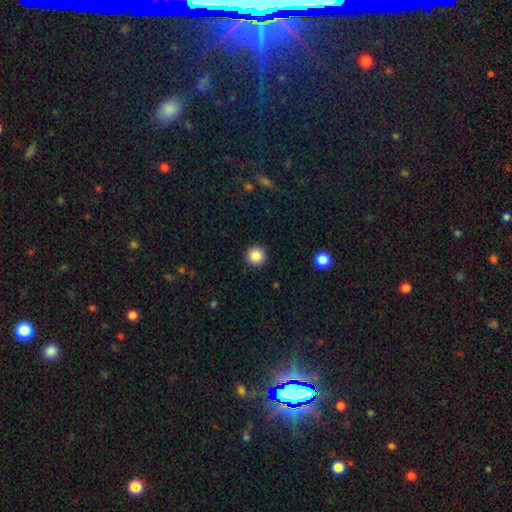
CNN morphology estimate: Smooth or featured: smooth — 86% (star or artifact — 10%)
How rounded: round — 95% (in between — 4%)
Merging: none — 92% (minor disturbance — 5%)